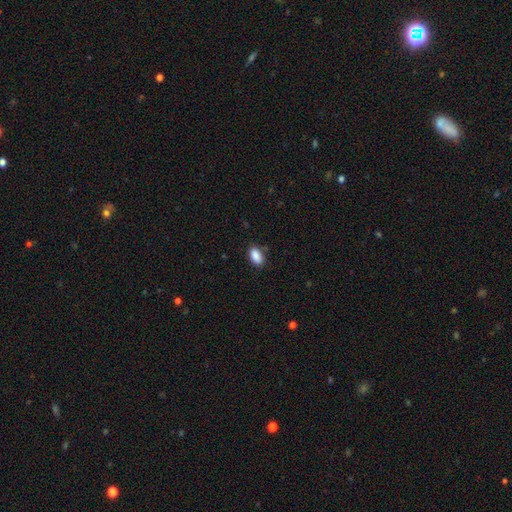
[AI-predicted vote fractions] Q: Smooth or featured?
A: smooth (89%); runner-up: star or artifact (8%)
Q: How rounded?
A: in between (92%); runner-up: round (5%)
Q: Merging?
A: none (83%); runner-up: minor disturbance (13%)